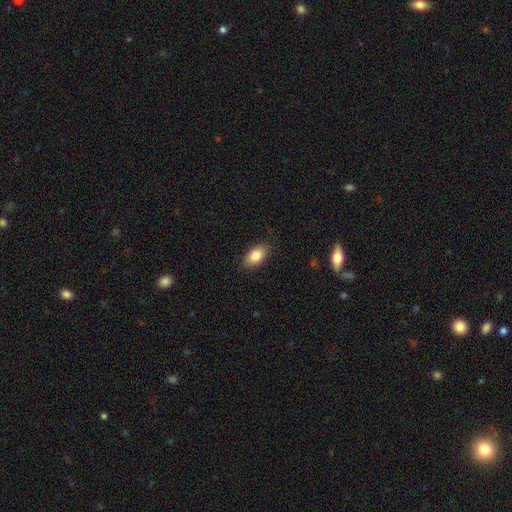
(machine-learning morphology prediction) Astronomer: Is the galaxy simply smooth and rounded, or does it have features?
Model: smooth — 85%.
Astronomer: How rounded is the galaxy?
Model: in between — 92%.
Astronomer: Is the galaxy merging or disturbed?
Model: none — 85%.